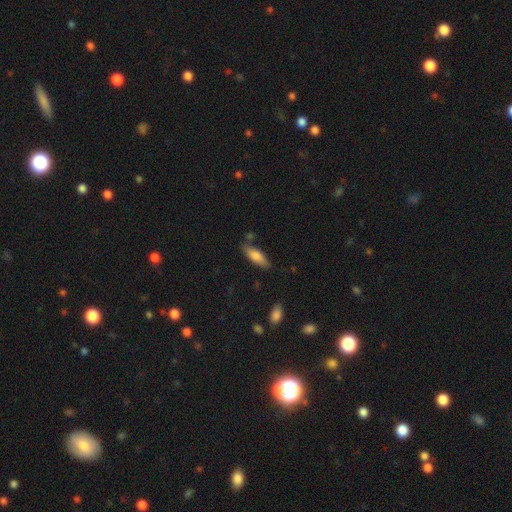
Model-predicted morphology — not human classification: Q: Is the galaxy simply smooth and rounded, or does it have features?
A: smooth — 77%.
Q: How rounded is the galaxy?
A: in between — 62%.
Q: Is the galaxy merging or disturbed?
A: none — 71%.